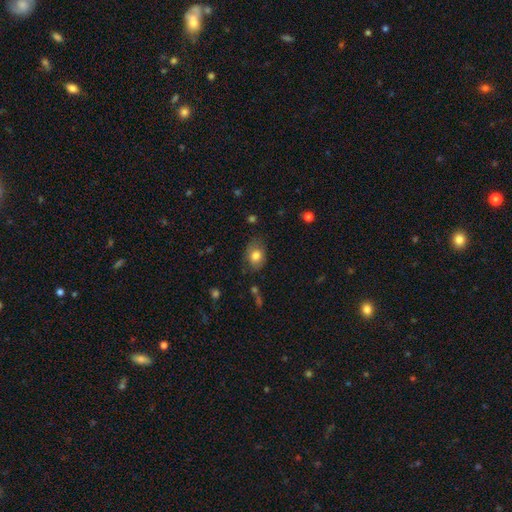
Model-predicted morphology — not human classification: A smooth galaxy with no disk features (80%) that is in between round and cigar-shaped (70%).

Vote fractions:
- Smooth or featured? smooth: 80% / featured or disk: 12% / star or artifact: 8%
- How rounded? in between: 70% / round: 29% / cigar-shaped: 1%
- Merging? none: 74% / minor disturbance: 19% / major disturbance: 5% / merger: 2%